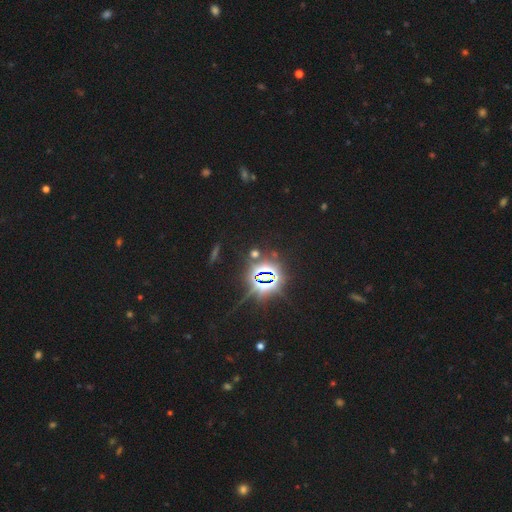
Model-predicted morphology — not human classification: Smooth or featured?
  - star or artifact: 83% *
  - smooth: 9%
  - featured or disk: 8%